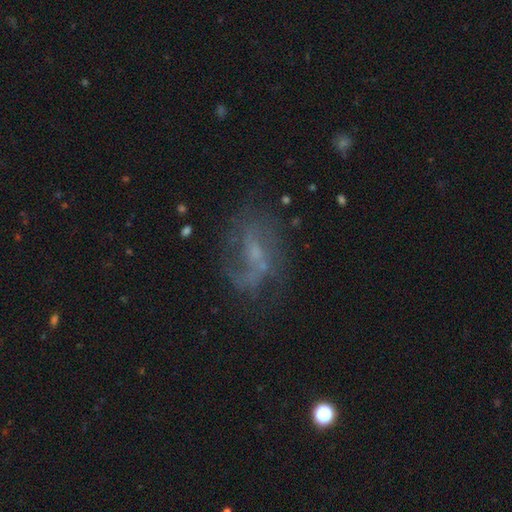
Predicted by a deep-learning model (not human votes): Smooth or featured: featured or disk — 72% (smooth — 15%)
Edge-on disk: no — 96% (yes — 4%)
Bar: weak — 48% (no — 38%)
Spiral arms: yes — 82% (no — 18%)
Spiral winding: loose — 52% (medium — 34%)
Spiral arm count: 2 — 49% (1 — 25%)
Bulge size: small — 55% (none — 22%)
Merging: none — 57% (major disturbance — 20%)